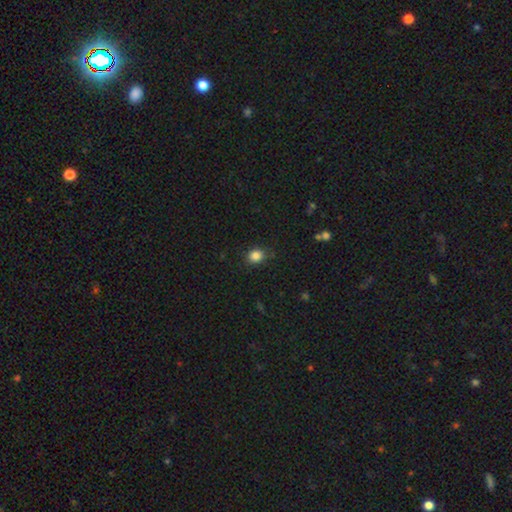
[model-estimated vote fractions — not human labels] Smooth or featured: smooth — 85% (star or artifact — 11%)
How rounded: round — 67% (in between — 32%)
Merging: none — 84% (minor disturbance — 12%)